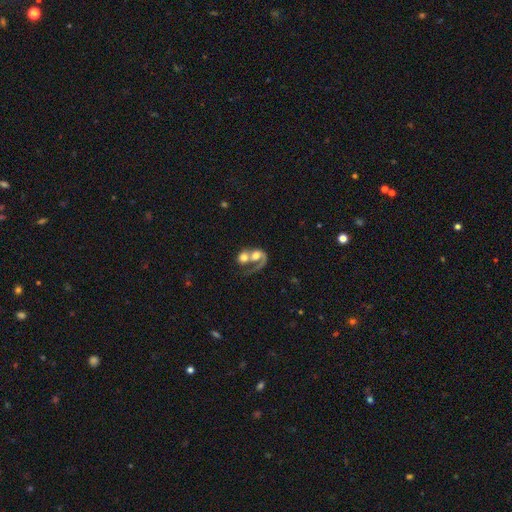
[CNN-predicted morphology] This is likely a featured or disk galaxy (64%). It is clearly not viewed edge-on (97%). Bar: likely no (73%). Spiral arm pattern: likely yes (80%). Central bulge: marginally moderate (45%). Merging: likely merger (72%).